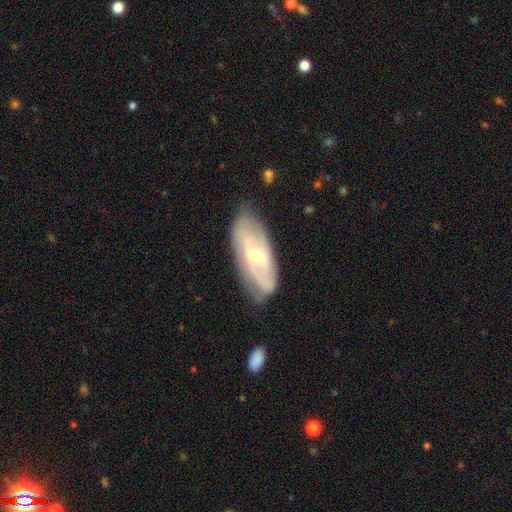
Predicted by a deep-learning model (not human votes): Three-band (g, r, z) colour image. It shows a featured or disk galaxy (66%) with a weak bar (47%), spiral arms (71%) and a moderate central bulge (52%). Merging: none (68%).